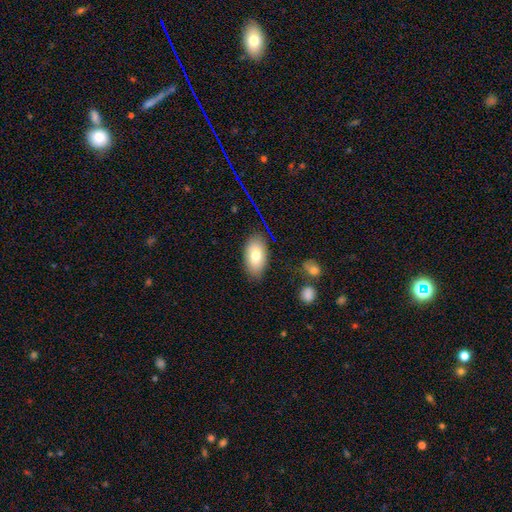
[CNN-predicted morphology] smooth 75%, featured or disk 17%, star or artifact 8%. Down the decision tree: how rounded — in between (93%); merging — none (82%).